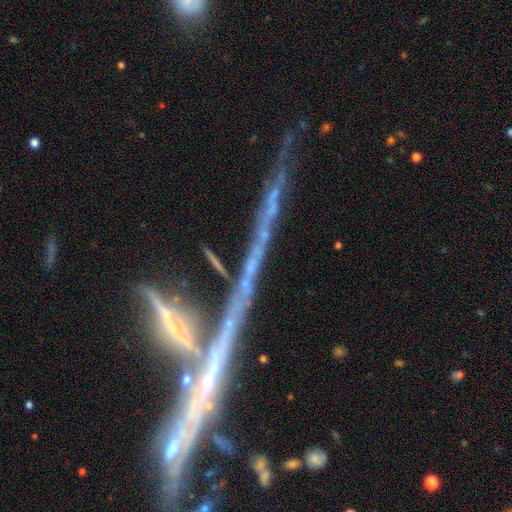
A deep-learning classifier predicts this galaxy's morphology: A featured or disk galaxy (53%) viewed edge-on (73%).

Vote fractions:
- Smooth or featured? featured or disk: 53% / star or artifact: 34% / smooth: 13%
- Edge-on disk? yes: 73% / no: 27%
- Merging? none: 47% / merger: 25% / minor disturbance: 14% / major disturbance: 14%